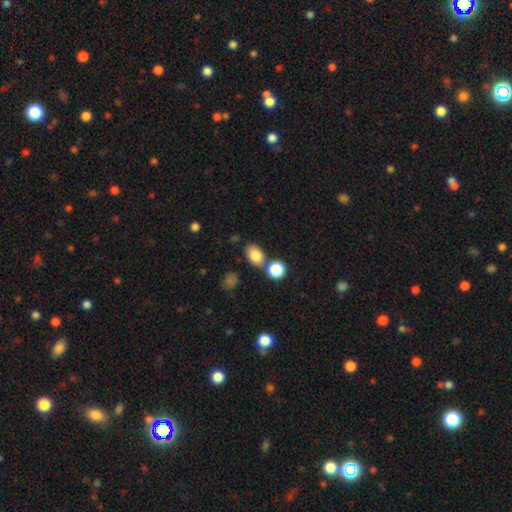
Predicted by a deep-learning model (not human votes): The model was most divided on "merging": none: 64%, merger: 21%, minor disturbance: 12%, major disturbance: 4%. More confident: smooth or featured — smooth (81%); how rounded — in between (79%).